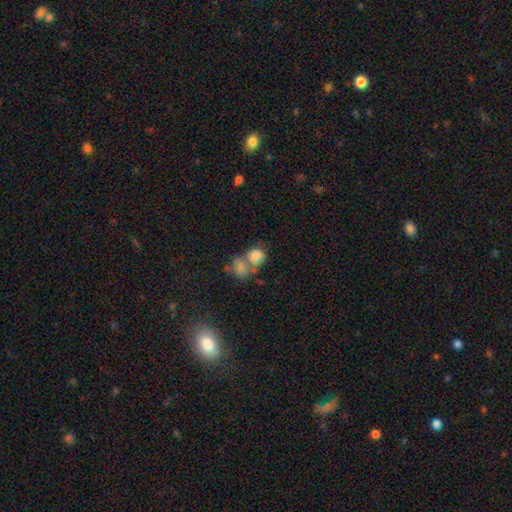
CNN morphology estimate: Smooth or featured?
  - smooth: 78% *
  - featured or disk: 12%
  - star or artifact: 10%
How rounded?
  - round: 61% *
  - in between: 38%
  - cigar-shaped: 1%
Merging?
  - merger: 58% *
  - none: 27%
  - minor disturbance: 9%
  - major disturbance: 6%